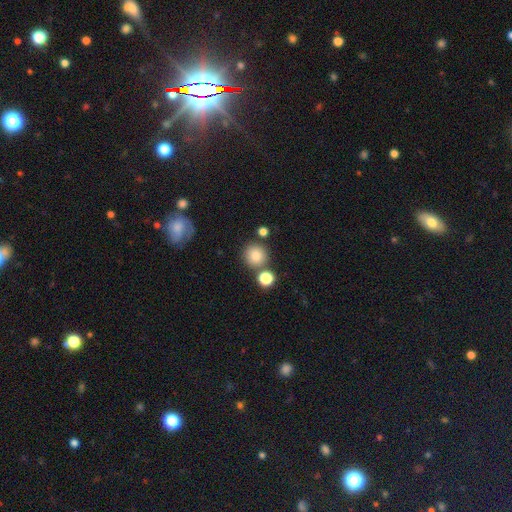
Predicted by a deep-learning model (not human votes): The model was most divided on "merging": none: 74%, merger: 14%, minor disturbance: 9%, major disturbance: 3%. More confident: how rounded — round (92%); smooth or featured — smooth (81%).